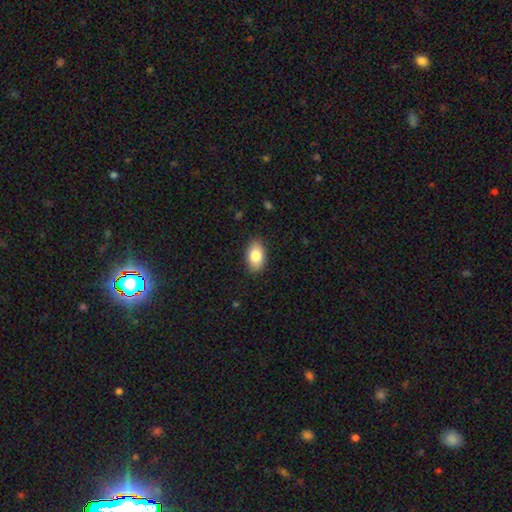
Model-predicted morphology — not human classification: Q: Smooth or featured?
A: smooth (83%); runner-up: featured or disk (10%)
Q: How rounded?
A: in between (91%); runner-up: round (7%)
Q: Merging?
A: none (87%); runner-up: minor disturbance (10%)